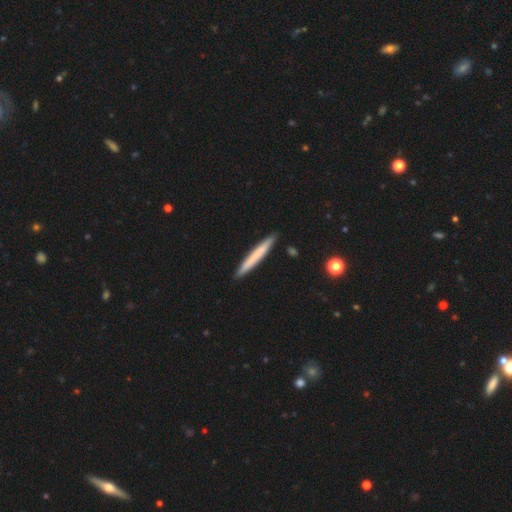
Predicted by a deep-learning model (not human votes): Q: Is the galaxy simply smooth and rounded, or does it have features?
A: smooth — 67%.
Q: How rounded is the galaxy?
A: cigar-shaped — 97%.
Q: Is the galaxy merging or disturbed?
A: none — 91%.